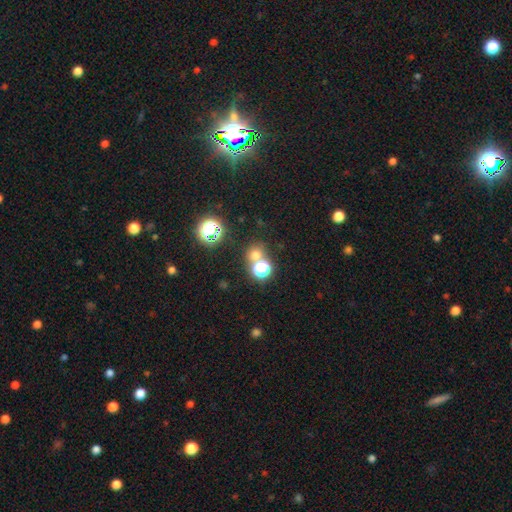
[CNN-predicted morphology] smooth-or-featured: smooth: 59% | star or artifact: 34% | featured or disk: 7%
  how-rounded: round: 84% | in between: 15% | cigar-shaped: 1%
  merging: none: 67% | merger: 22% | minor disturbance: 7% | major disturbance: 4%